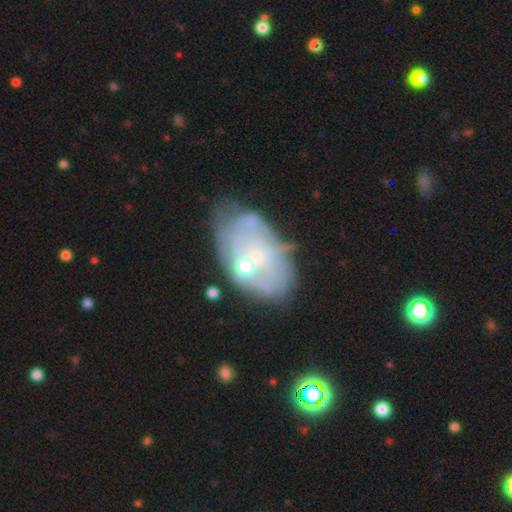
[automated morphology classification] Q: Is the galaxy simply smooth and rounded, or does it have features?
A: featured or disk — 57%.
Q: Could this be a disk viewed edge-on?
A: no — 95%.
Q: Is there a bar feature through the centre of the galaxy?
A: no — 85%.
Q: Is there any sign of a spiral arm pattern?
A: no — 68%.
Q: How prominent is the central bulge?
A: small — 49%.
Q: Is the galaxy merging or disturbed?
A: none — 48%.